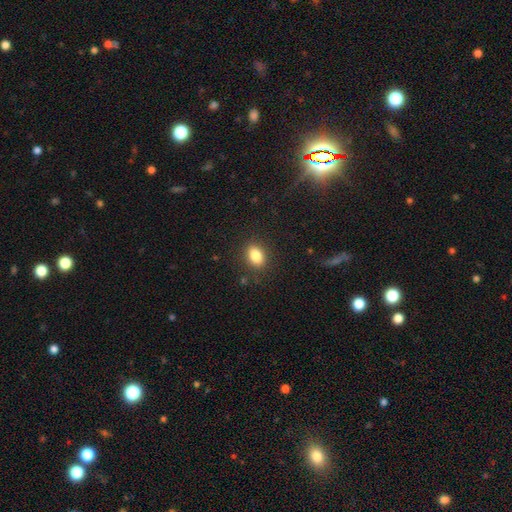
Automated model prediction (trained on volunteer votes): Smooth or featured?
  - smooth: 85% *
  - star or artifact: 9%
  - featured or disk: 6%
How rounded?
  - in between: 78% *
  - round: 20%
  - cigar-shaped: 2%
Merging?
  - none: 87% *
  - minor disturbance: 9%
  - major disturbance: 3%
  - merger: 1%